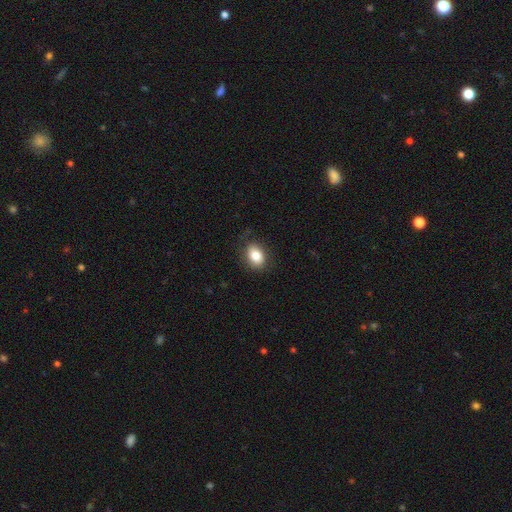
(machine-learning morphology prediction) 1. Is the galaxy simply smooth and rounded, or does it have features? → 82% smooth, 9% featured or disk, 8% star or artifact.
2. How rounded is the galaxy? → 70% in between, 29% round, 1% cigar-shaped.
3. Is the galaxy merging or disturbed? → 82% none, 13% minor disturbance, 4% major disturbance, 1% merger.